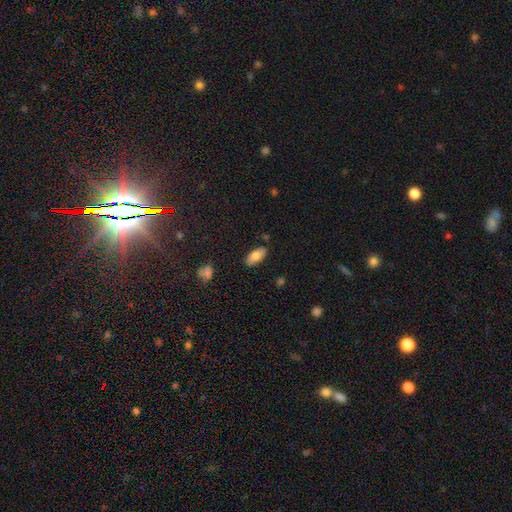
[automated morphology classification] Smooth or featured? Predicted: smooth (p=0.78). How rounded? Predicted: in between (p=0.91). Merging? Predicted: none (p=0.85).